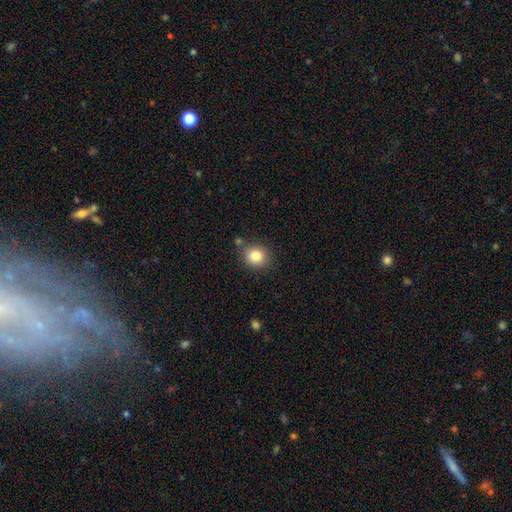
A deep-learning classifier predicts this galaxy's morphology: The model was most divided on "how rounded": round: 79%, in between: 20%, cigar-shaped: 1%. More confident: smooth or featured — smooth (83%); merging — none (79%).